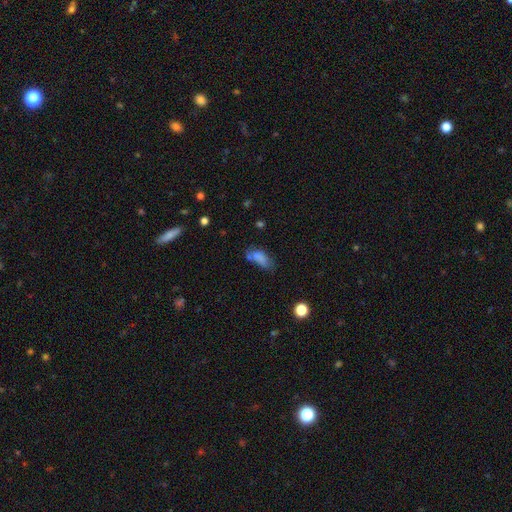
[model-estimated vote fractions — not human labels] Q: Smooth or featured?
A: smooth (69%); runner-up: star or artifact (16%)
Q: How rounded?
A: in between (74%); runner-up: cigar-shaped (21%)
Q: Merging?
A: none (49%); runner-up: minor disturbance (24%)